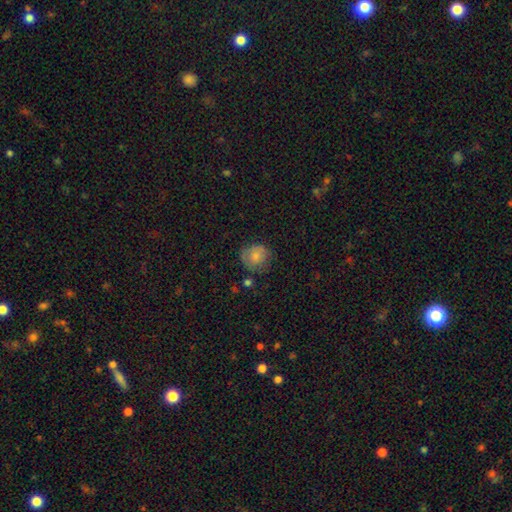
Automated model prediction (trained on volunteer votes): This appears to be a smooth galaxy with no disk features (74%) that is round (83%). Merging: none (65%).